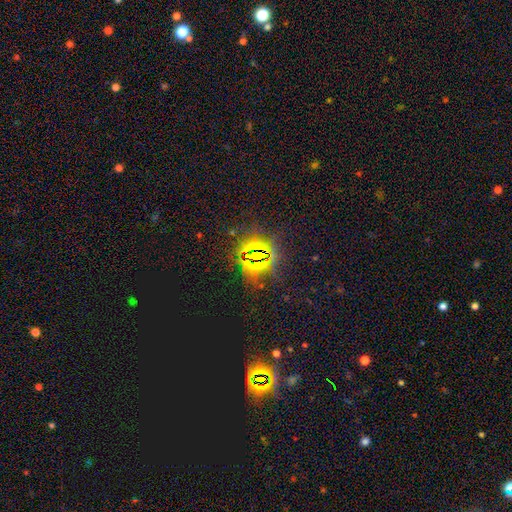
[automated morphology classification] smooth_or_featured: star or artifact (p=0.81) [alt: smooth p=0.11]